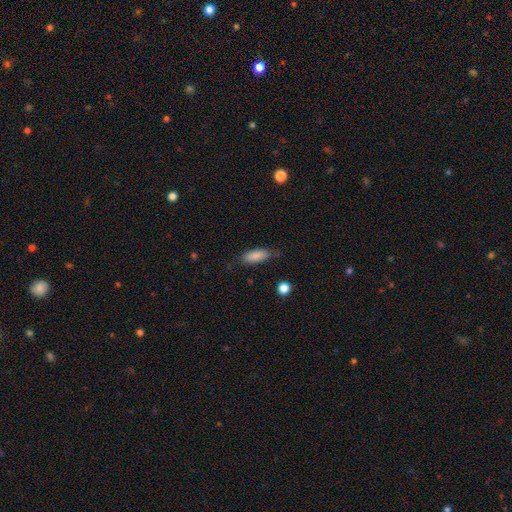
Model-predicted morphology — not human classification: type=smooth (85%); roundness=in between (72%); merging=none (76%).